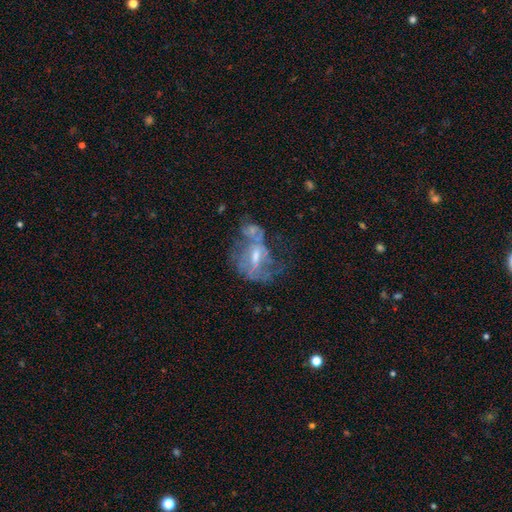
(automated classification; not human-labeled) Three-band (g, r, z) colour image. It shows a featured or disk galaxy (72%) with a weak bar (46%), spiral arms (52%) and a moderate central bulge (48%). Merging: major disturbance (30%, tied with none).